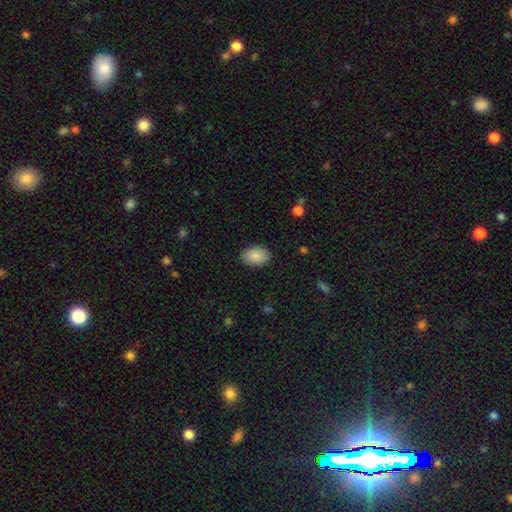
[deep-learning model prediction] Smooth or featured: smooth — 87% (star or artifact — 7%)
How rounded: in between — 79% (round — 20%)
Merging: none — 85% (minor disturbance — 12%)